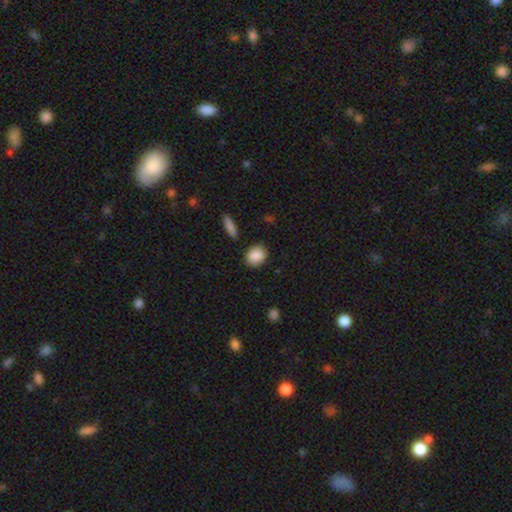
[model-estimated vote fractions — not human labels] smooth 89%, star or artifact 7%, featured or disk 4%. Down the decision tree: how rounded — round (56%); merging — none (87%).